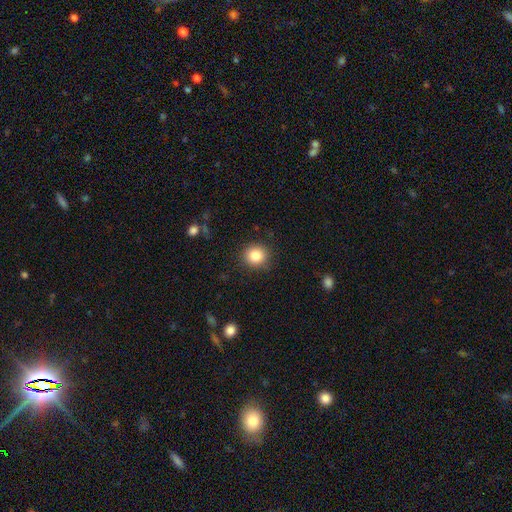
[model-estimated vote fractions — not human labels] This is clearly a smooth galaxy (85%). How rounded: clearly round (88%). Merging: clearly none (89%).